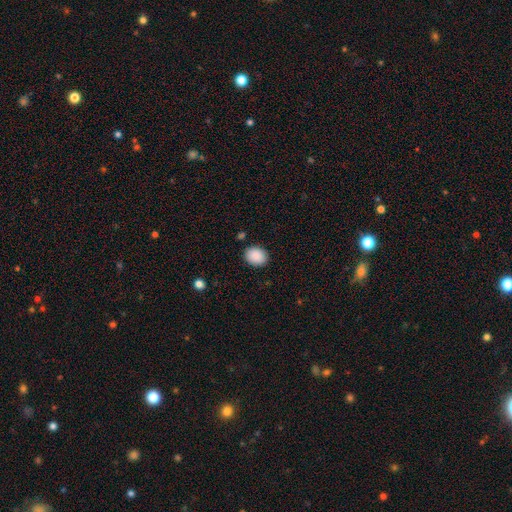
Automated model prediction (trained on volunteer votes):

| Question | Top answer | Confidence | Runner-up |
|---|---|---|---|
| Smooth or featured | smooth | 90% | star or artifact (8%) |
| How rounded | round | 50% | in between (49%) |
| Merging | none | 88% | minor disturbance (9%) |